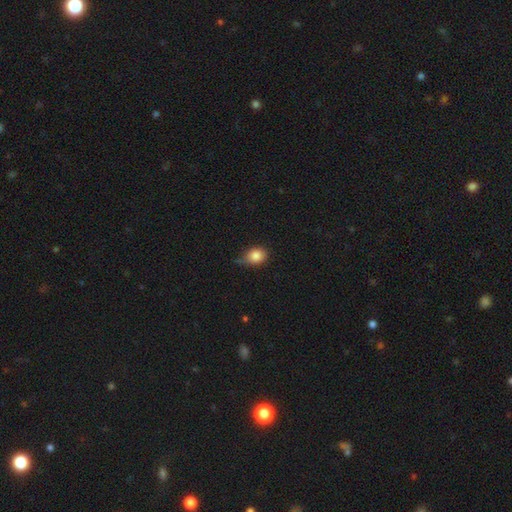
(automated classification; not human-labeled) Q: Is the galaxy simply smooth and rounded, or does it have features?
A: smooth — 83%.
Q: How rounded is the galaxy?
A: round — 57%.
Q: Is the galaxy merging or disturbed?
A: none — 45%.